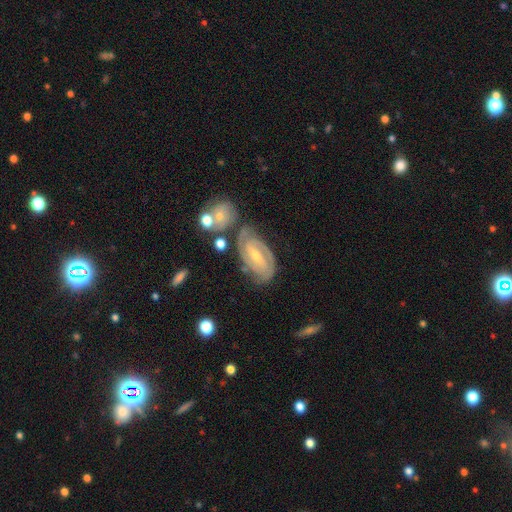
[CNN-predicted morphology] Smooth or featured: featured or disk — 85% (smooth — 9%)
Edge-on disk: no — 95% (yes — 5%)
Bar: weak — 45% (strong — 29%)
Spiral arms: yes — 96% (no — 4%)
Spiral winding: tight — 66% (medium — 28%)
Spiral arm count: 2 — 60% (can't tell — 18%)
Bulge size: small — 62% (moderate — 35%)
Merging: none — 67% (minor disturbance — 17%)